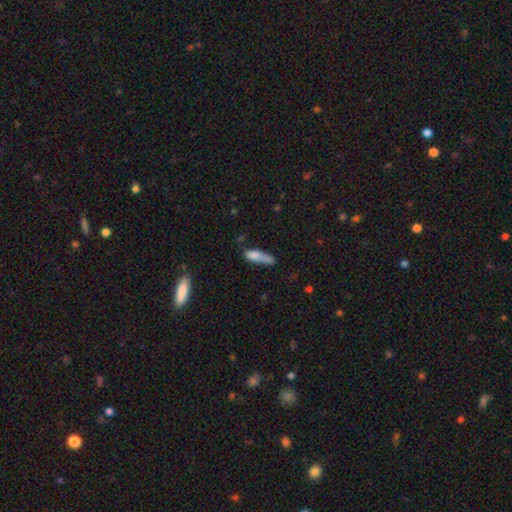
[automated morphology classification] The model was most divided on "merging": none: 40%, minor disturbance: 30%, major disturbance: 16%, merger: 14%. More confident: smooth or featured — smooth (76%); how rounded — cigar-shaped (58%).